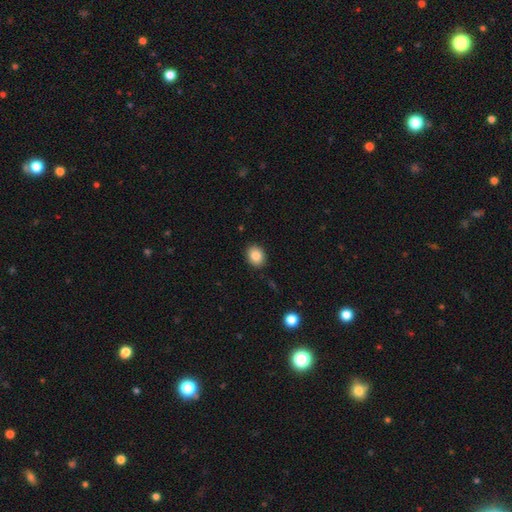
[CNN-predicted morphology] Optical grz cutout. It shows a smooth galaxy with no disk features (85%) that is in between round and cigar-shaped (54%). Merging: none (90%).